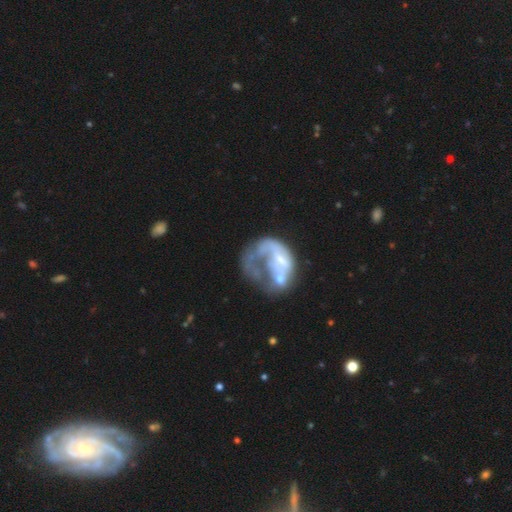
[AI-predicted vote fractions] Smooth or featured? featured or disk (64%)
Edge-on disk? no (97%)
Bar? no (80%)
Spiral arms? no (64%)
Bulge size? none (37%, tied with small)
Merging? major disturbance (37%)